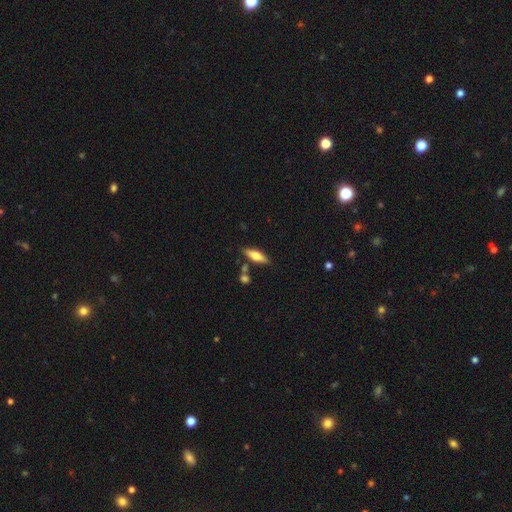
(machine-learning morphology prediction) smooth-or-featured: smooth: 64% | featured or disk: 30% | star or artifact: 6%
  how-rounded: in between: 51% | cigar-shaped: 47% | round: 2%
  merging: none: 78% | minor disturbance: 12% | merger: 7% | major disturbance: 3%